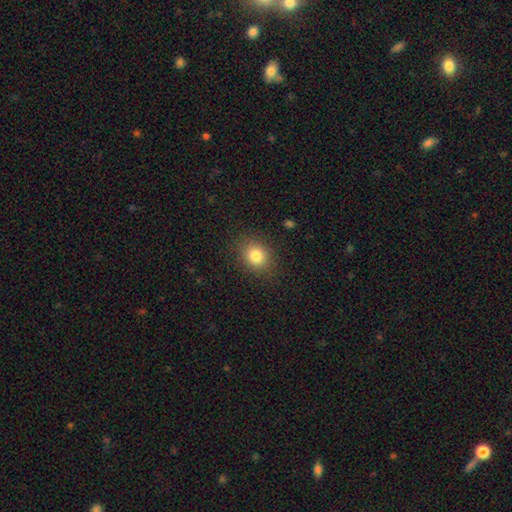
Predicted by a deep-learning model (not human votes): smooth 82%, star or artifact 11%, featured or disk 7%. Down the decision tree: how rounded — round (62%); merging — none (86%).